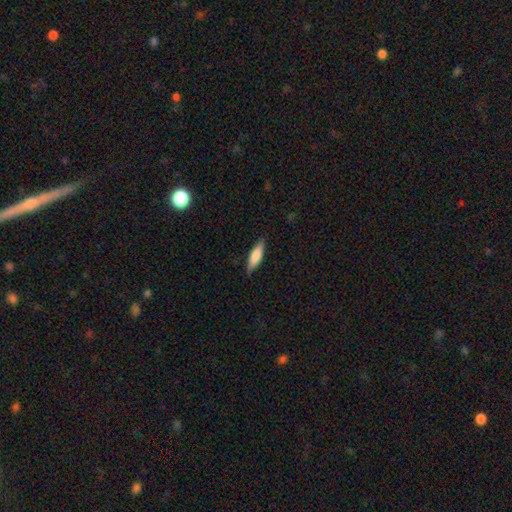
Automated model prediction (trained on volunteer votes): smooth_or_featured: smooth (p=0.73) [alt: featured or disk p=0.21]
how_rounded: cigar-shaped (p=0.57) [alt: in between p=0.41]
merging: none (p=0.85) [alt: minor disturbance p=0.12]